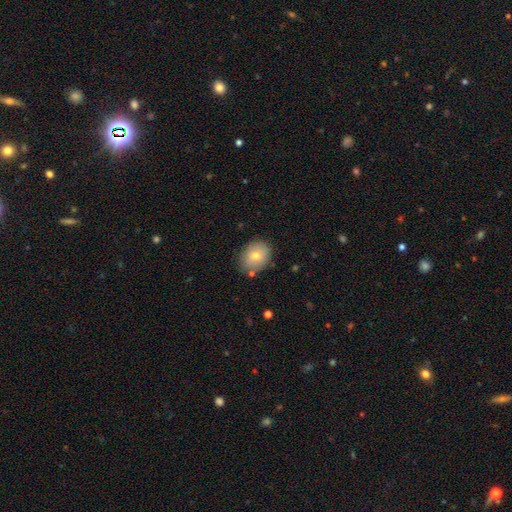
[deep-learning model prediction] Smooth or featured? Predicted: smooth (p=0.73). How rounded? Predicted: round (p=0.50). Merging? Predicted: none (p=0.79).